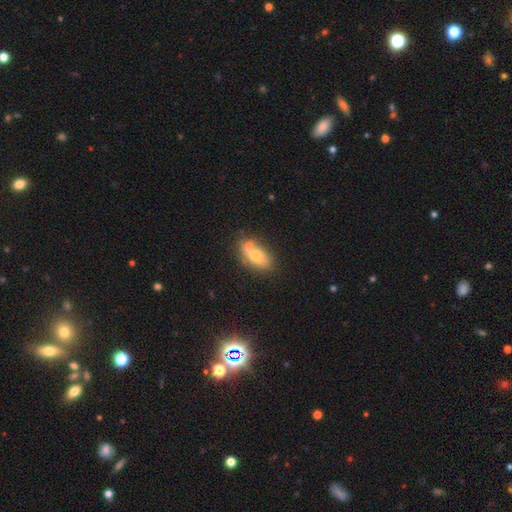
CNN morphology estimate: This is possibly a smooth galaxy (51%). How rounded: clearly in between (84%). Merging: possibly none (51%).